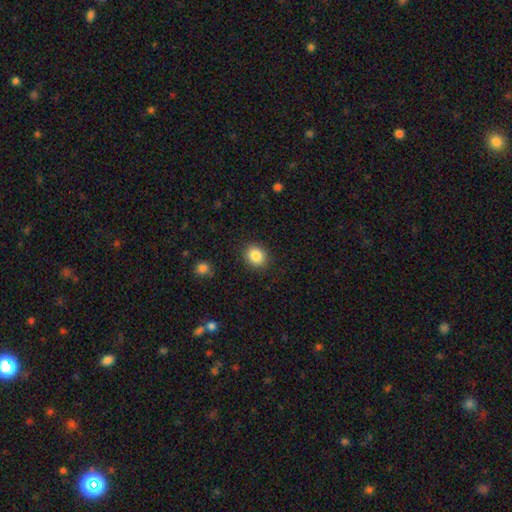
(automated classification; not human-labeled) Morphology: type=smooth (86%); roundness=round (73%); merging=none (89%).